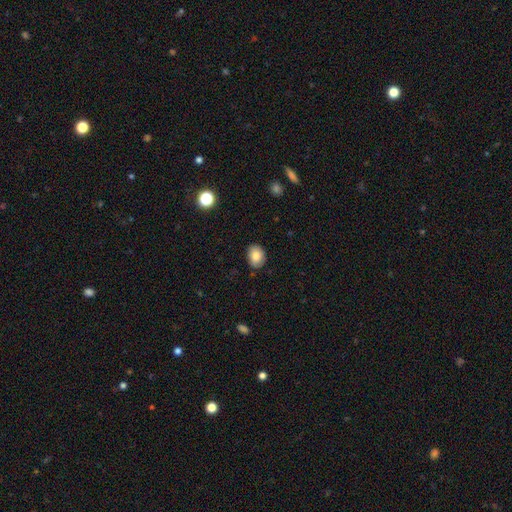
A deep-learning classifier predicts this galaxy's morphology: Smooth or featured? Predicted: smooth (p=0.82). How rounded? Predicted: in between (p=0.66). Merging? Predicted: none (p=0.86).